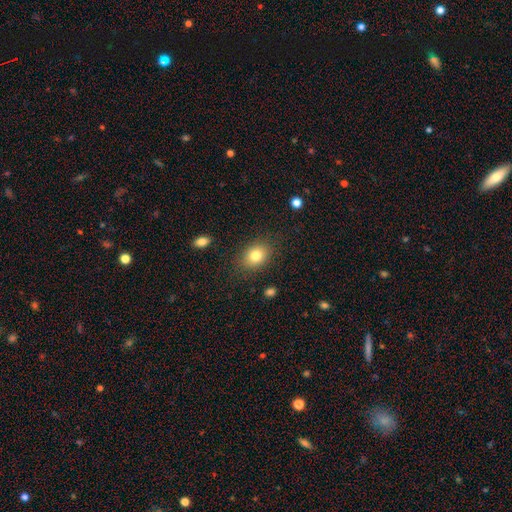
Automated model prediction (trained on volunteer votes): smooth_or_featured: smooth (p=0.82) [alt: star or artifact p=0.10]
how_rounded: in between (p=0.60) [alt: round p=0.39]
merging: none (p=0.84) [alt: minor disturbance p=0.11]